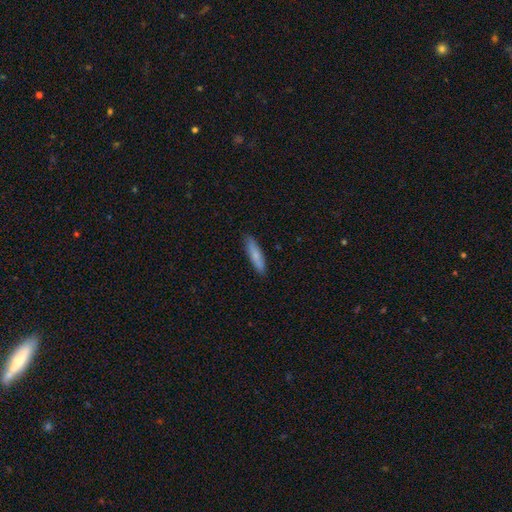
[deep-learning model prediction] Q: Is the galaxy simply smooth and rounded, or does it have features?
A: smooth — 73%.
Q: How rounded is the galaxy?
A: cigar-shaped — 79%.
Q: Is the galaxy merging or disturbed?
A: none — 88%.